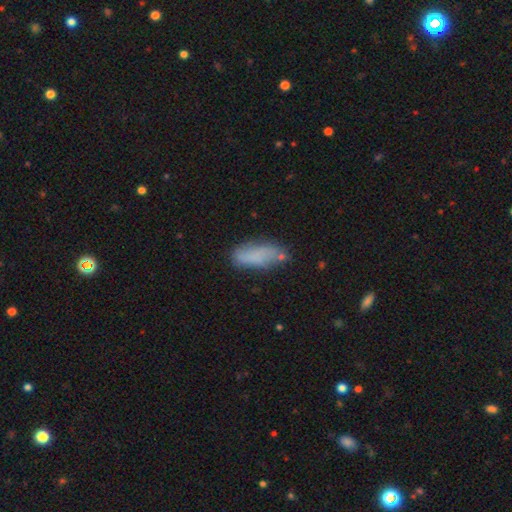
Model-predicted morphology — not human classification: smooth 76%, featured or disk 16%, star or artifact 8%. Down the decision tree: how rounded — in between (71%); merging — none (64%).